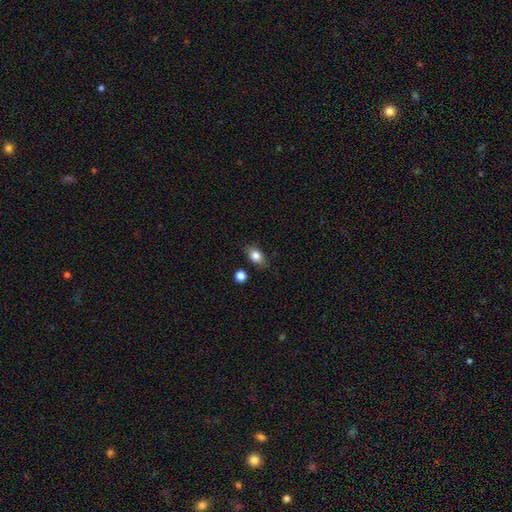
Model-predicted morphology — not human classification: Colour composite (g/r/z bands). It shows a smooth galaxy with no disk features (80%) that is in between round and cigar-shaped (75%). Merging: none (77%).